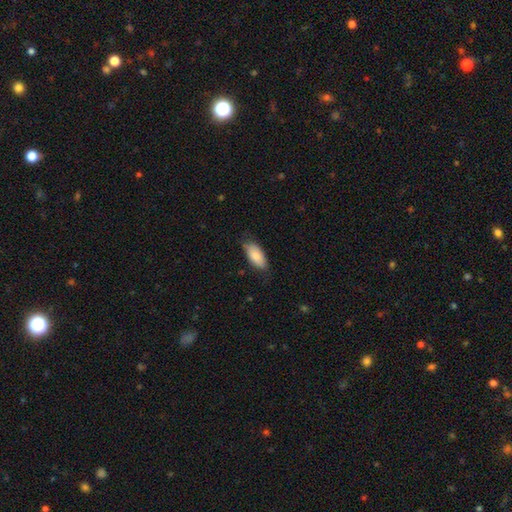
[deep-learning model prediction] This appears to be a smooth galaxy with no disk features (85%) that is in between round and cigar-shaped (90%). Merging: none (74%).